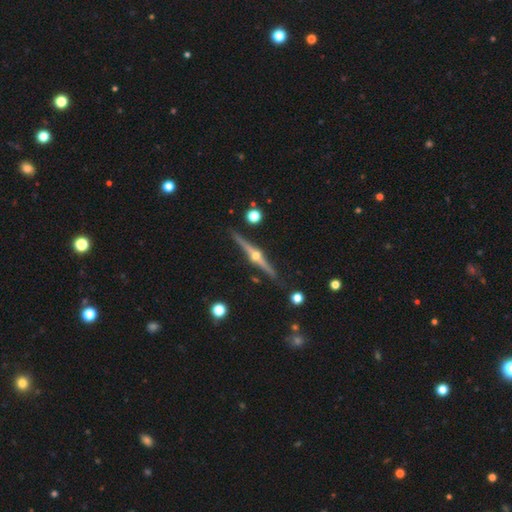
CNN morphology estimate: Smooth or featured? Predicted: featured or disk (p=0.87). Edge-on disk? Predicted: yes (p=0.98). Edge-on bulge? Predicted: rounded (p=0.96). Merging? Predicted: none (p=0.90).